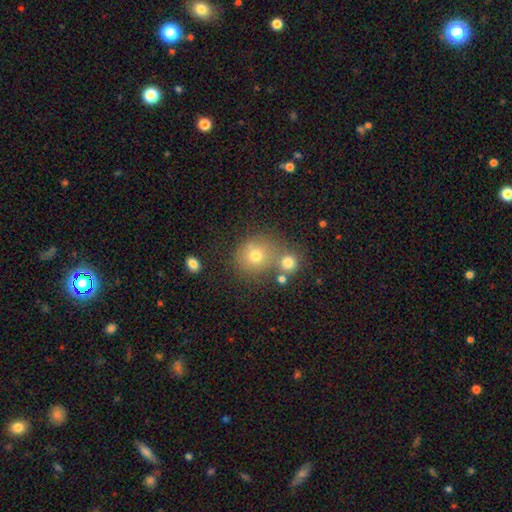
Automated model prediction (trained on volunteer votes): Q: Smooth or featured?
A: smooth (71%); runner-up: star or artifact (16%)
Q: How rounded?
A: round (84%); runner-up: in between (15%)
Q: Merging?
A: none (55%); runner-up: merger (30%)